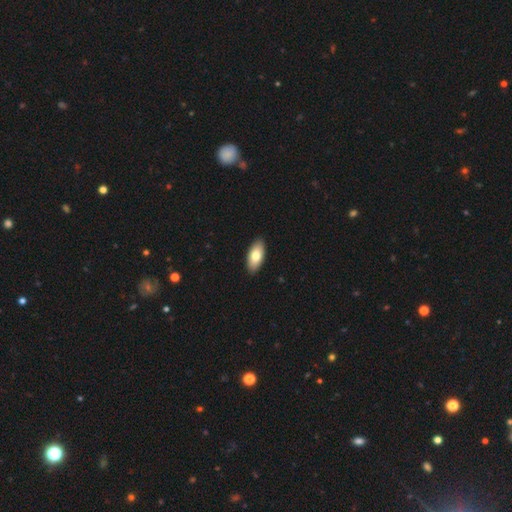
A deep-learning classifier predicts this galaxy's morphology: A smooth galaxy with no disk features (78%) that is in between round and cigar-shaped (91%). Merging: none (90%).